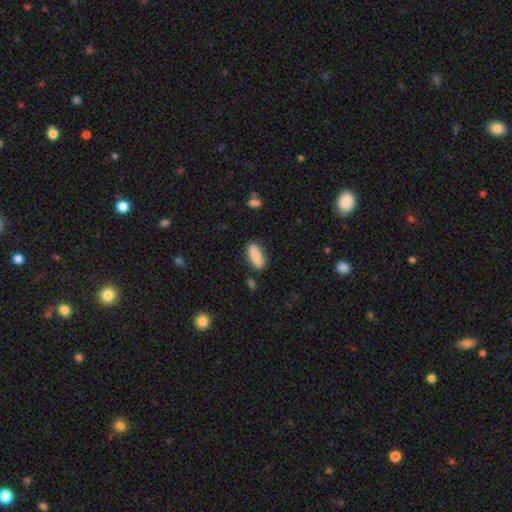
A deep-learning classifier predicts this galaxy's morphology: type=smooth (78%); roundness=in between (81%); merging=none (79%).